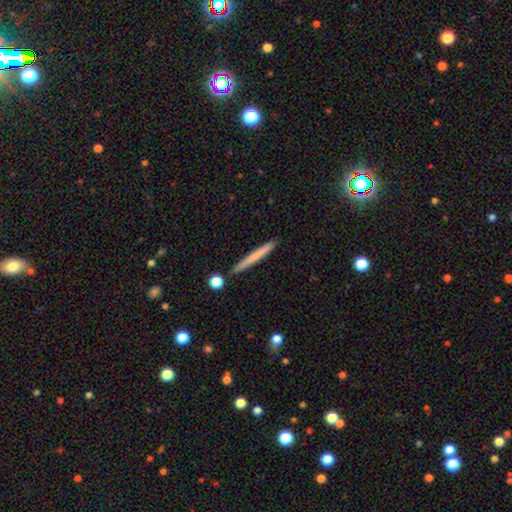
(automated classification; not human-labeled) Morphology: type=smooth (66%); roundness=cigar-shaped (97%); merging=none (89%).